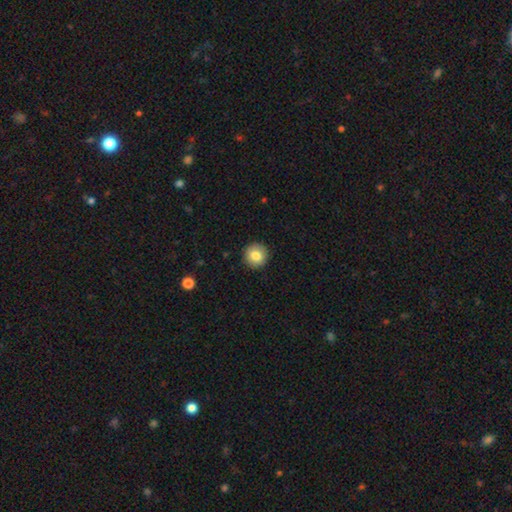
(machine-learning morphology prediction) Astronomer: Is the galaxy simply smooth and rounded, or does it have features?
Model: smooth — 82%.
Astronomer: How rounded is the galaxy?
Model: round — 95%.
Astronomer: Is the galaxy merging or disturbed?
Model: none — 92%.